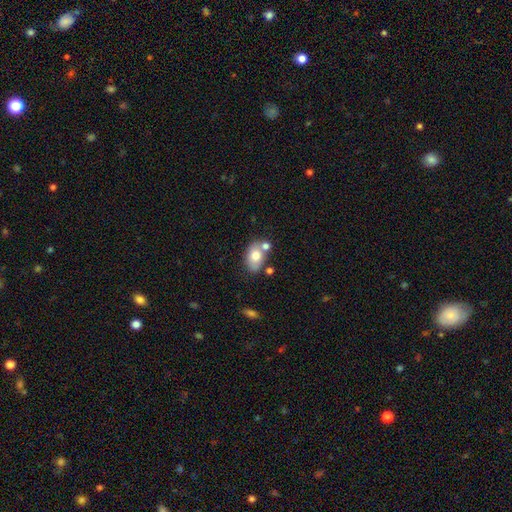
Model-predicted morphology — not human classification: type=smooth (73%); roundness=in between (85%); merging=none (59%).